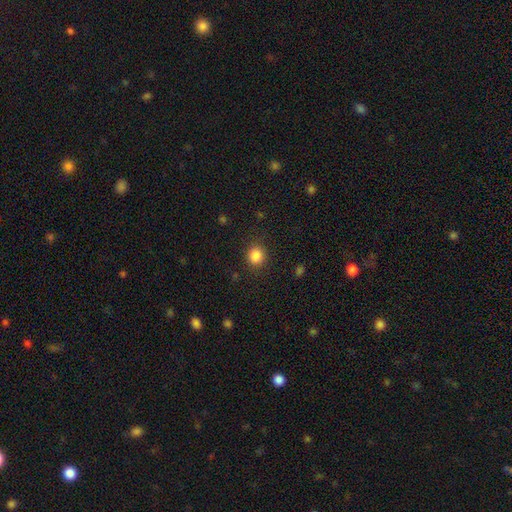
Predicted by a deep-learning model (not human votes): Q: Smooth or featured?
A: smooth (85%); runner-up: star or artifact (11%)
Q: How rounded?
A: round (83%); runner-up: in between (16%)
Q: Merging?
A: none (86%); runner-up: minor disturbance (9%)